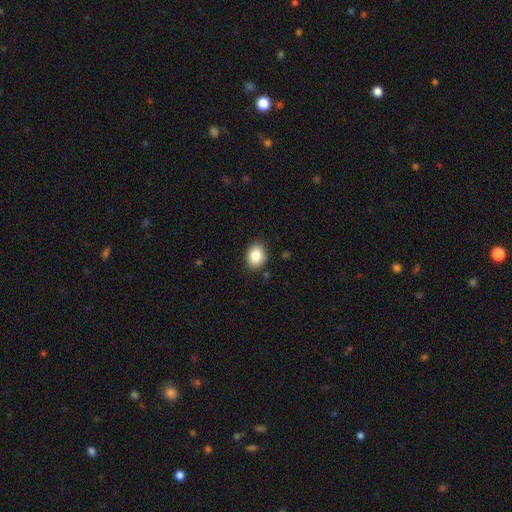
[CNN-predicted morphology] smooth-or-featured: smooth: 84% | star or artifact: 9% | featured or disk: 7%
  how-rounded: in between: 61% | round: 38% | cigar-shaped: 1%
  merging: none: 86% | minor disturbance: 11% | major disturbance: 2% | merger: 1%